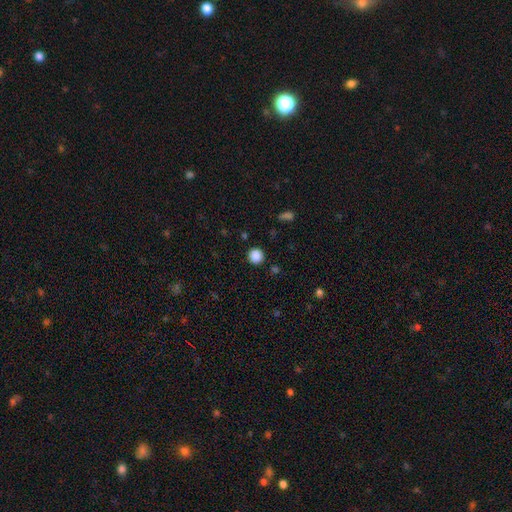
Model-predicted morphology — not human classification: type=smooth (87%); roundness=round (93%); merging=none (91%).